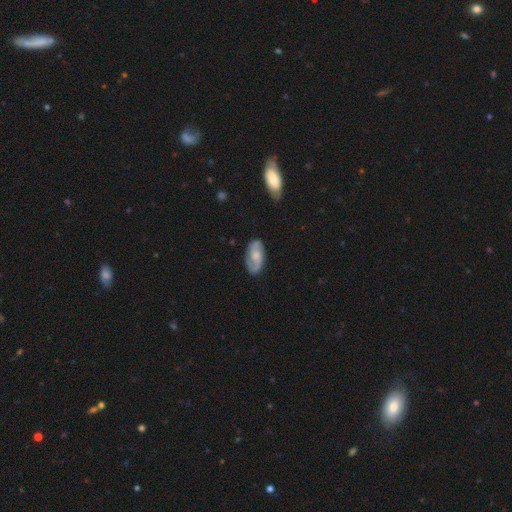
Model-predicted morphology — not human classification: A featured or disk galaxy (66%) with no bar (60%), 2 (83%) medium (47%) spiral arms (89%) and a moderate central bulge (40%).

Vote fractions:
- Smooth or featured? featured or disk: 66% / smooth: 29% / star or artifact: 6%
- Edge-on disk? no: 95% / yes: 5%
- Bar? no: 60% / weak: 34% / strong: 6%
- Spiral arms? yes: 89% / no: 11%
- Spiral winding? medium: 47% / tight: 31% / loose: 22%
- Spiral arm count? 2: 83% / can't tell: 10% / 1: 4% / 3: 2% / 4: 1% / more than 4: 1%
- Bulge size? moderate: 40% / small: 25% / none: 20% / large: 14% / dominant: 2%
- Merging? none: 79% / minor disturbance: 15% / major disturbance: 4% / merger: 2%